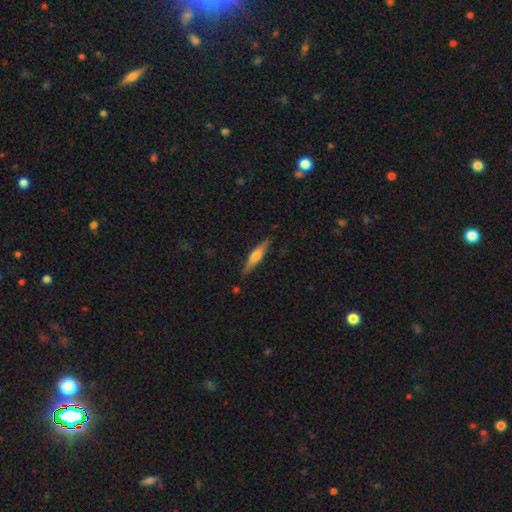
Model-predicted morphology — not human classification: Smooth or featured? Predicted: smooth (p=0.48). Merging? Predicted: none (p=0.87).